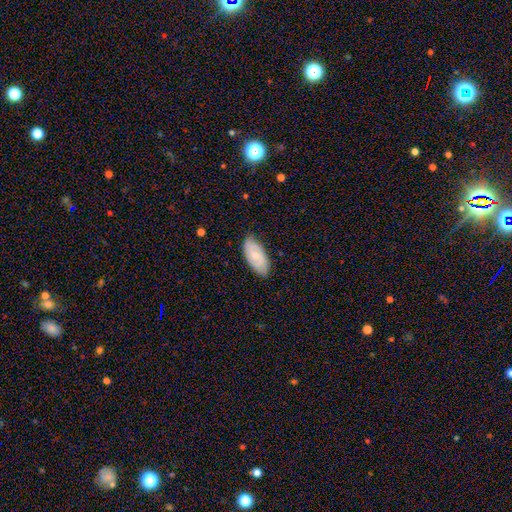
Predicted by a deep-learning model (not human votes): Smooth or featured? smooth (56%)
How rounded? in between (92%)
Merging? none (82%)